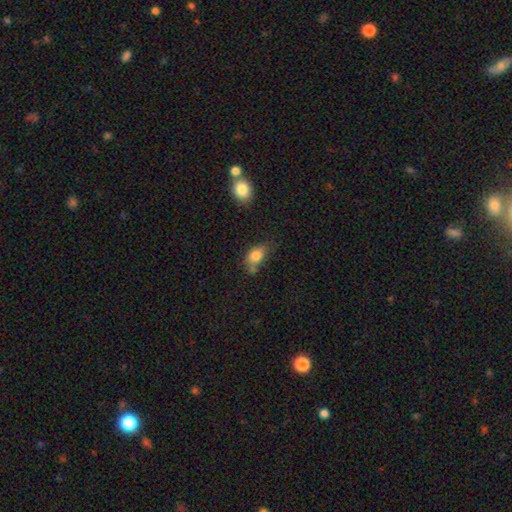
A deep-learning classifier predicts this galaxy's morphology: Smooth or featured? Predicted: smooth (p=0.80). How rounded? Predicted: in between (p=0.79). Merging? Predicted: none (p=0.45).